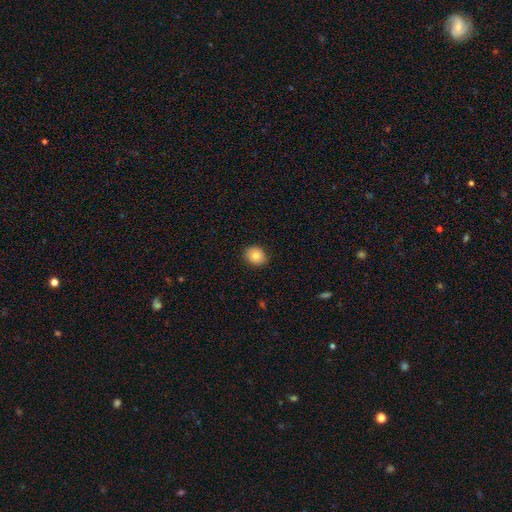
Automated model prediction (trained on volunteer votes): Overall: smooth (85%). How rounded: round (66%; in between 33%). Merging: none (88%).